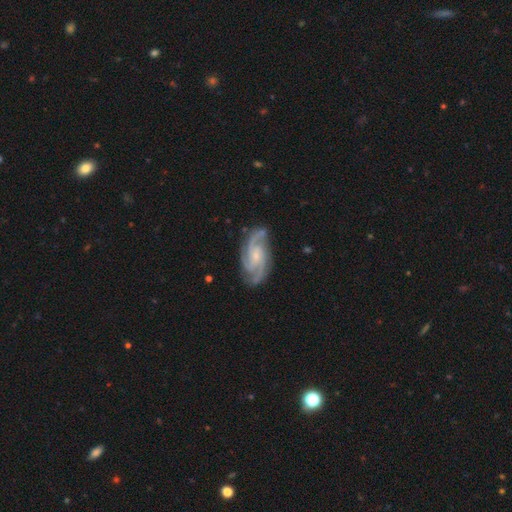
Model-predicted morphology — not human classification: Smooth or featured? Predicted: featured or disk (p=0.90). Edge-on disk? Predicted: no (p=0.97). Bar? Predicted: no (p=0.60). Spiral arms? Predicted: yes (p=0.98). Spiral winding? Predicted: medium (p=0.49). Spiral arm count? Predicted: 3 (p=0.52). Bulge size? Predicted: small (p=0.63). Merging? Predicted: none (p=0.77).